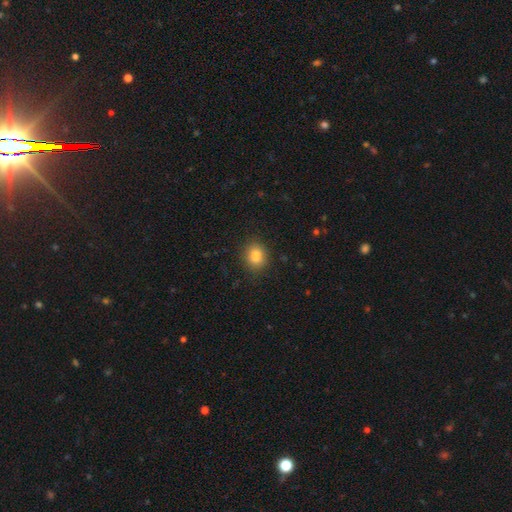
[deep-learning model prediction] The model was most divided on "how rounded": round: 65%, in between: 34%, cigar-shaped: 1%. More confident: merging — none (87%); smooth or featured — smooth (84%).